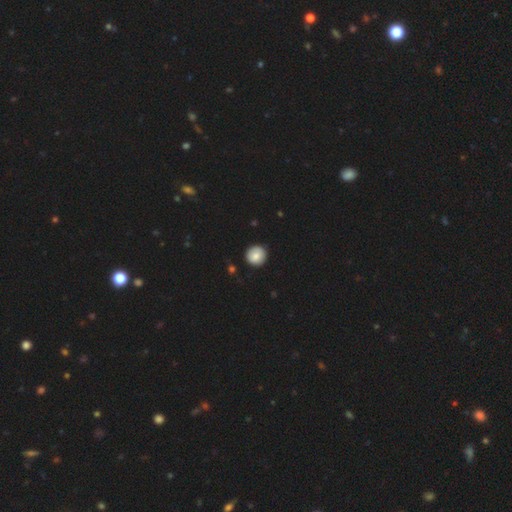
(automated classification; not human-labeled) smooth-or-featured: smooth: 84% | featured or disk: 8% | star or artifact: 8%
  how-rounded: round: 93% | in between: 6% | cigar-shaped: 1%
  merging: none: 91% | minor disturbance: 7% | major disturbance: 2% | merger: 1%